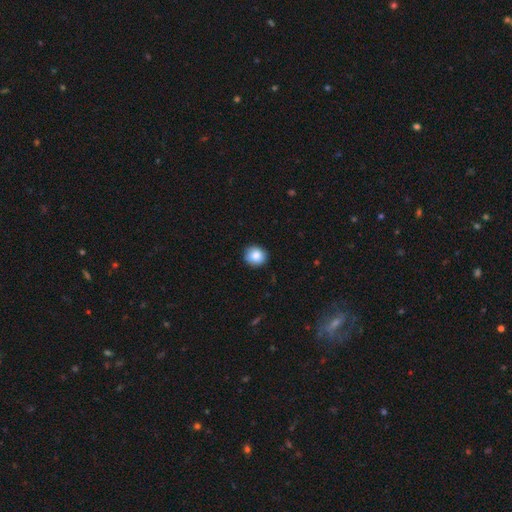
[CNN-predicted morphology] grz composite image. It shows a smooth galaxy with no disk features (85%) that is round (88%). Merging: none (90%).